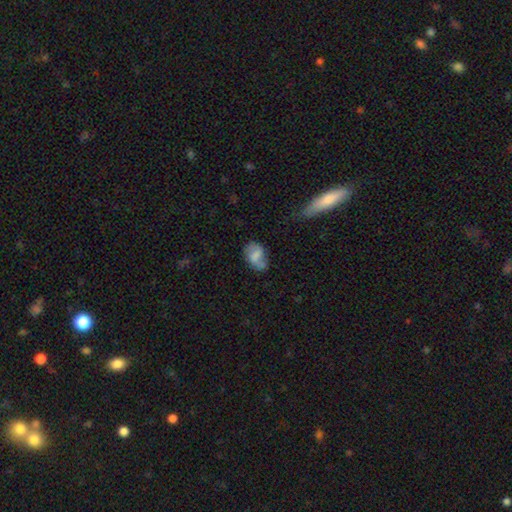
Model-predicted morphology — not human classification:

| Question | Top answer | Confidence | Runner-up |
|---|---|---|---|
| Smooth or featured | smooth | 49% | featured or disk (42%) |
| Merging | none | 53% | minor disturbance (30%) |